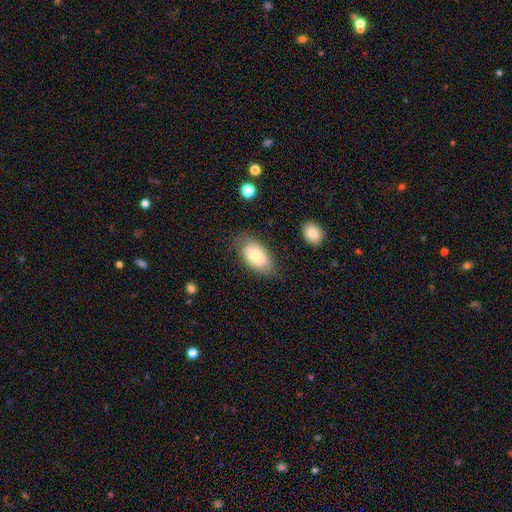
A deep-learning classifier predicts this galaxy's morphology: Smooth or featured? smooth (77%)
How rounded? in between (93%)
Merging? none (72%)